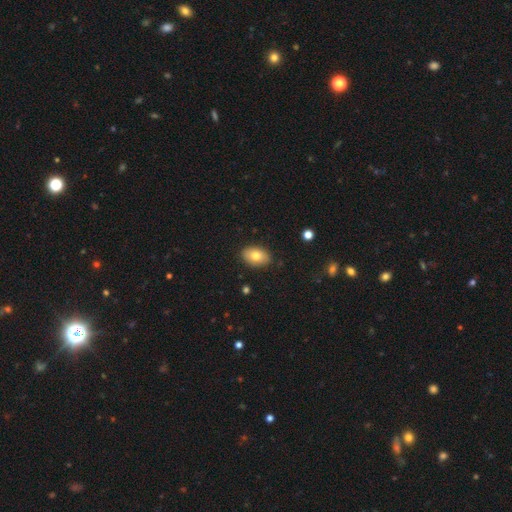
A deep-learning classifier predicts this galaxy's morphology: This is likely a smooth galaxy (78%). How rounded: clearly in between (87%). Merging: clearly none (87%).